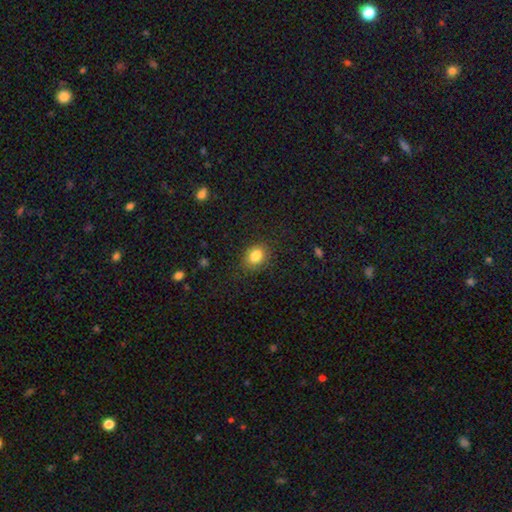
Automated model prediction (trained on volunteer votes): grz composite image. It shows a smooth galaxy with no disk features (84%) that is in between round and cigar-shaped (58%). Merging: none (83%).